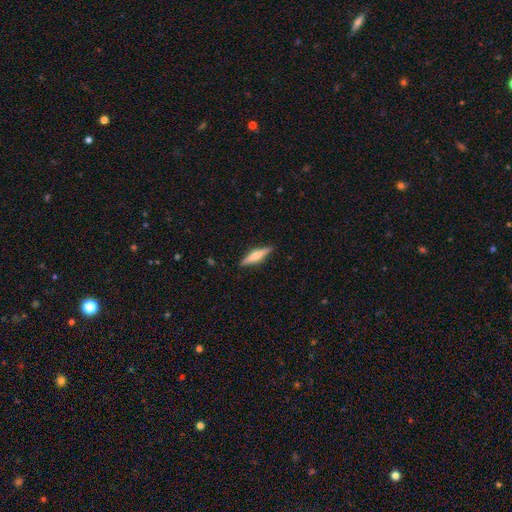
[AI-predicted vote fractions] smooth_or_featured: featured or disk (p=0.55) [alt: smooth p=0.39]
disk_edge_on: yes (p=0.97) [alt: no p=0.03]
edge_on_bulge: rounded (p=0.77) [alt: boxy p=0.14]
merging: none (p=0.90) [alt: minor disturbance p=0.07]